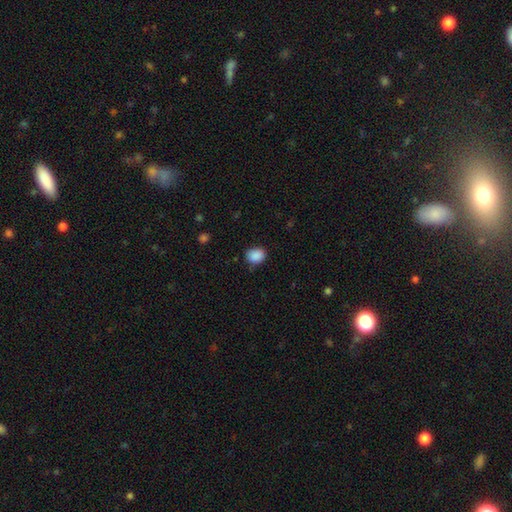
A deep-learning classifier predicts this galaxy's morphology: type=smooth (89%); roundness=in between (53%); merging=none (78%).